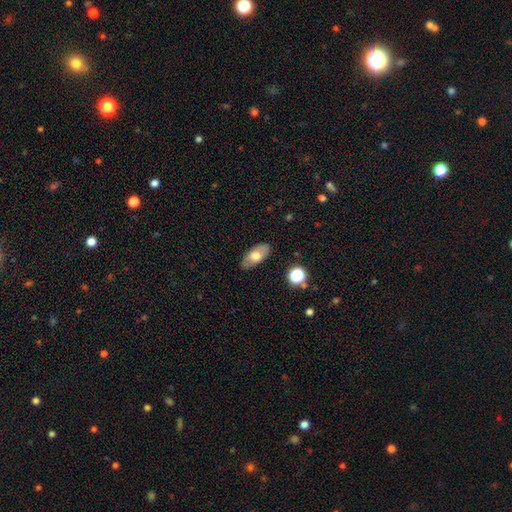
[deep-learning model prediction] The model was most divided on "smooth or featured": smooth: 61%, featured or disk: 32%, star or artifact: 7%. More confident: how rounded — in between (90%); merging — none (84%).